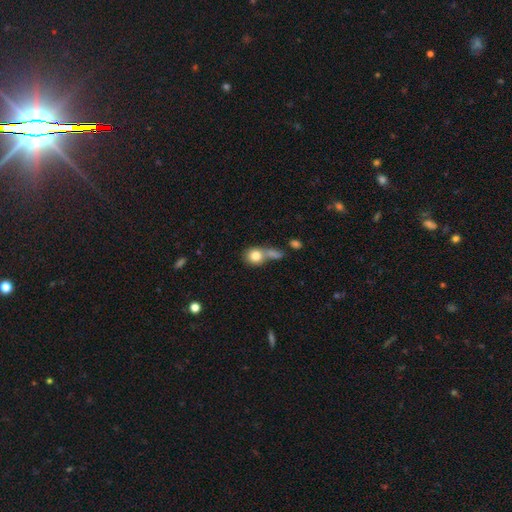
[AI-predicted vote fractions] A smooth galaxy with no disk features (79%) that is round (70%). Merging: merger (43%).